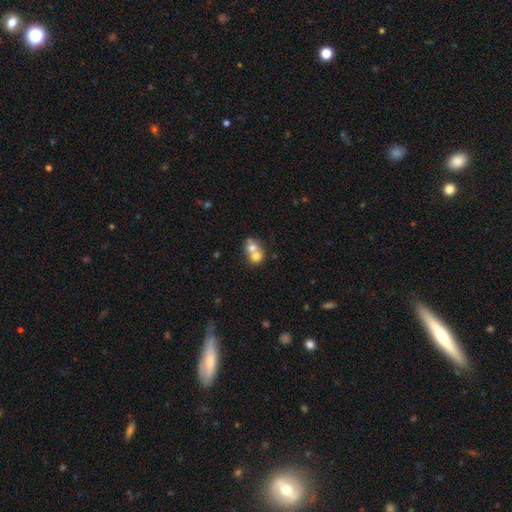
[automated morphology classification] smooth_or_featured: smooth (p=0.68) [alt: featured or disk p=0.23]
how_rounded: round (p=0.69) [alt: in between p=0.30]
merging: merger (p=0.69) [alt: none p=0.23]